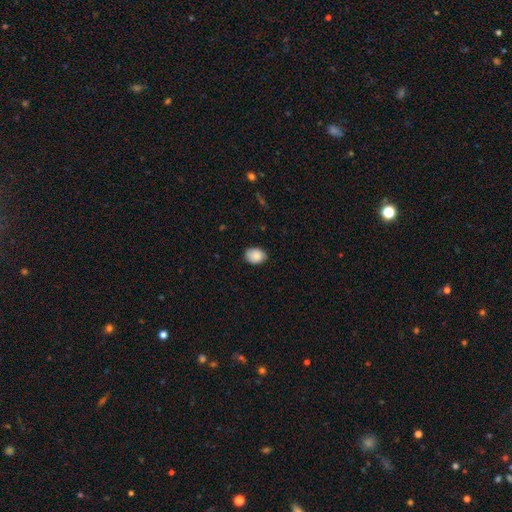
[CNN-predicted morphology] This appears to be a smooth galaxy with no disk features (87%) that is in between round and cigar-shaped (64%). Merging: none (80%).